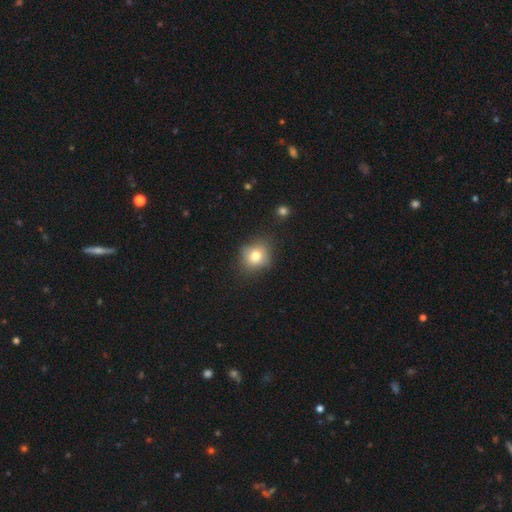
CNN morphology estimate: smooth-or-featured: smooth: 76% | star or artifact: 12% | featured or disk: 12%
  how-rounded: round: 78% | in between: 21% | cigar-shaped: 1%
  merging: none: 75% | minor disturbance: 17% | major disturbance: 5% | merger: 3%